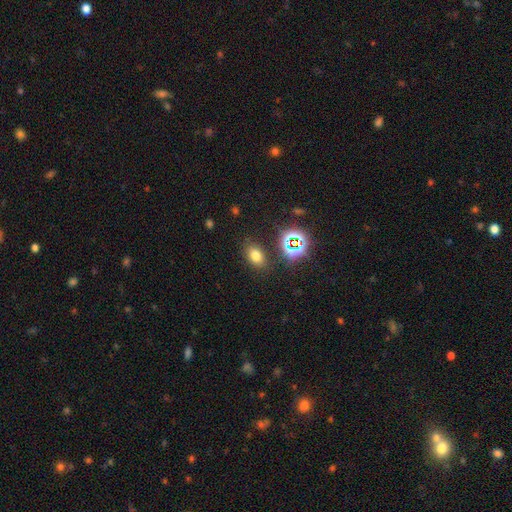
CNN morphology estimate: Smooth or featured?
  - smooth: 69% *
  - star or artifact: 22%
  - featured or disk: 9%
How rounded?
  - in between: 78% *
  - round: 21%
  - cigar-shaped: 2%
Merging?
  - none: 82% *
  - minor disturbance: 11%
  - major disturbance: 4%
  - merger: 3%